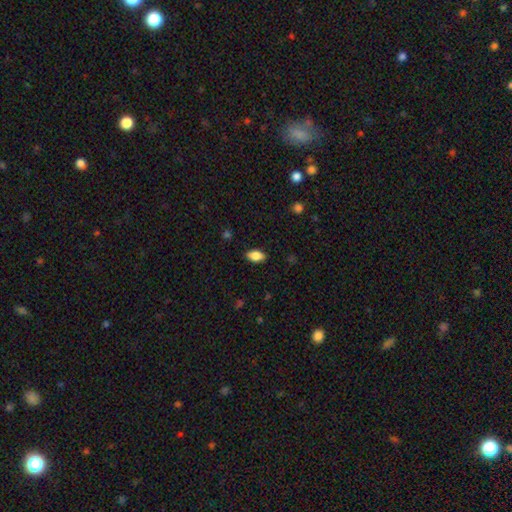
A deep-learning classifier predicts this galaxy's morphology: smooth 86%, star or artifact 8%, featured or disk 6%. Down the decision tree: how rounded — in between (91%); merging — none (87%).